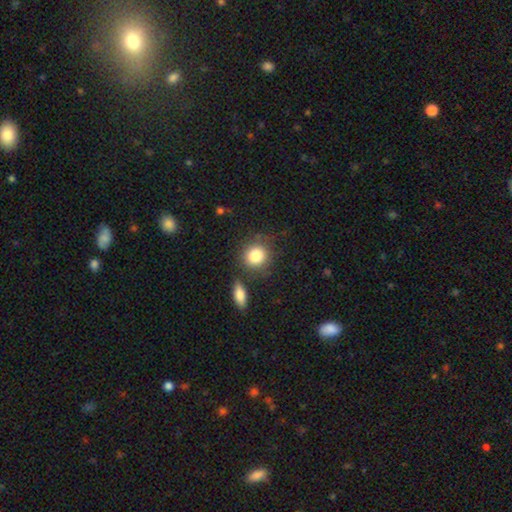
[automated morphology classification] Q: Smooth or featured?
A: smooth (84%); runner-up: star or artifact (8%)
Q: How rounded?
A: round (81%); runner-up: in between (17%)
Q: Merging?
A: none (74%); runner-up: minor disturbance (12%)